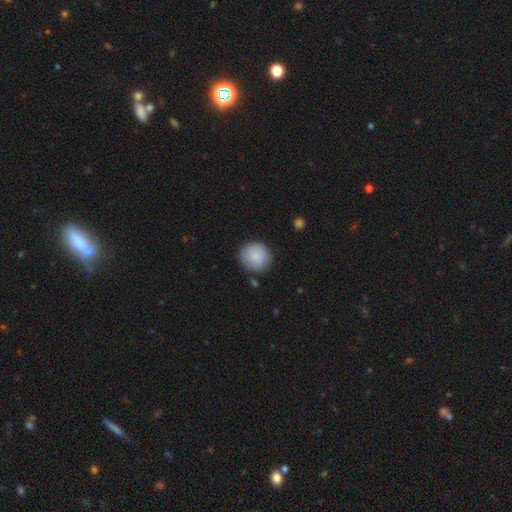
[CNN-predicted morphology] smooth 86%, featured or disk 8%, star or artifact 6%. Down the decision tree: how rounded — round (91%); merging — none (83%).